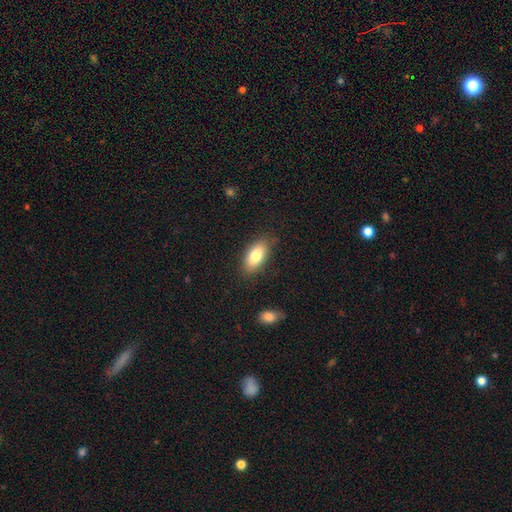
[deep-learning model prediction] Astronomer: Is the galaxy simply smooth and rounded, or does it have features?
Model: smooth — 81%.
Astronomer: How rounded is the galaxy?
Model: in between — 88%.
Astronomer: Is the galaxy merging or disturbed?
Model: none — 83%.